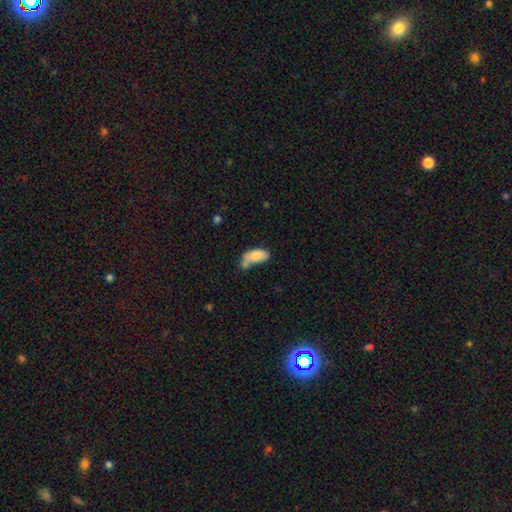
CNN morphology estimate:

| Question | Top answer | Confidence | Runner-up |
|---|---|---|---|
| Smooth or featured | smooth | 81% | featured or disk (12%) |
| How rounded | in between | 90% | cigar-shaped (7%) |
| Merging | merger | 34% | none (31%) |